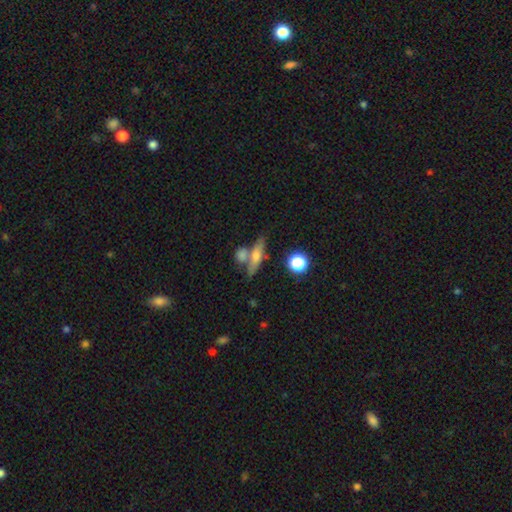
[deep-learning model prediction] Morphology: type=smooth (47%); merging=none (57%).